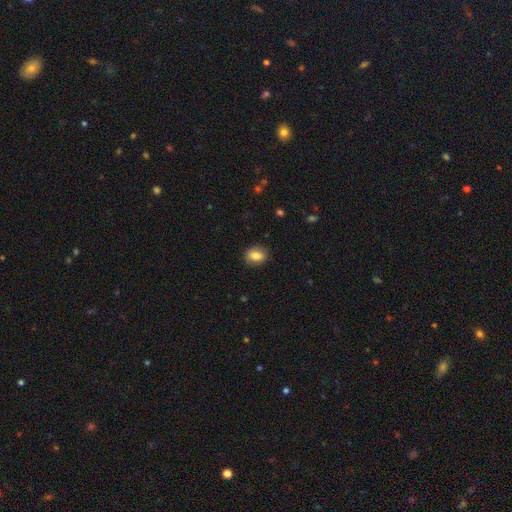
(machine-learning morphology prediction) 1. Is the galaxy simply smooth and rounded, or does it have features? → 82% smooth, 10% featured or disk, 8% star or artifact.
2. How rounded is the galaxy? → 66% in between, 33% round, 2% cigar-shaped.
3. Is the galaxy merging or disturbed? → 85% none, 12% minor disturbance, 3% major disturbance, 1% merger.